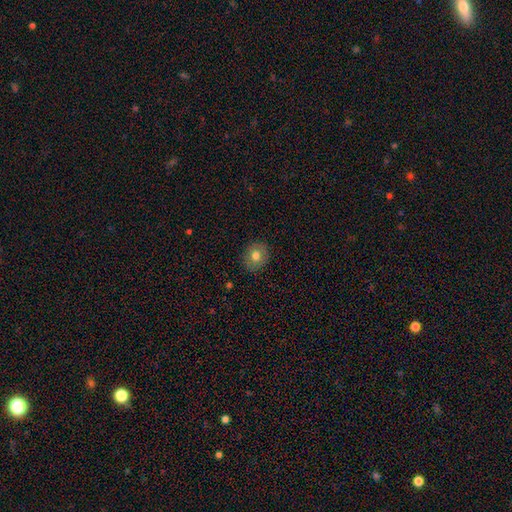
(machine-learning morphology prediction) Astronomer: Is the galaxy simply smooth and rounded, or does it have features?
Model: smooth — 74%.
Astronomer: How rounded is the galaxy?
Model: round — 71%.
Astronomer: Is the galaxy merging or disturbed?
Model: none — 88%.